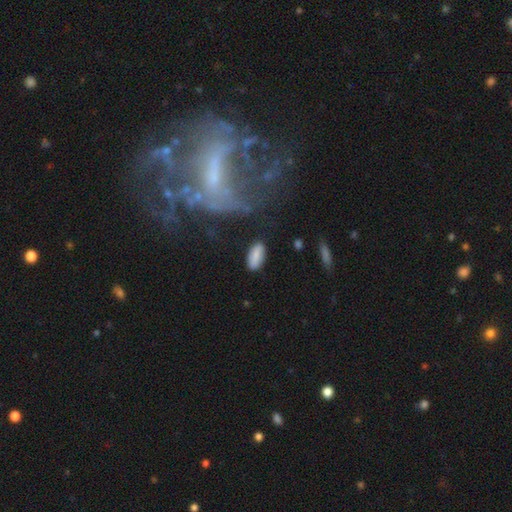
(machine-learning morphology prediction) This is likely a smooth galaxy (79%). How rounded: clearly in between (87%). Merging: clearly none (80%).